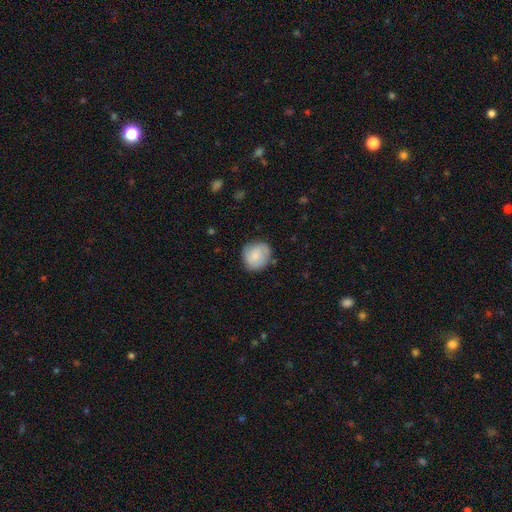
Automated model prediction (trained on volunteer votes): Smooth or featured? smooth (74%)
How rounded? round (83%)
Merging? none (75%)